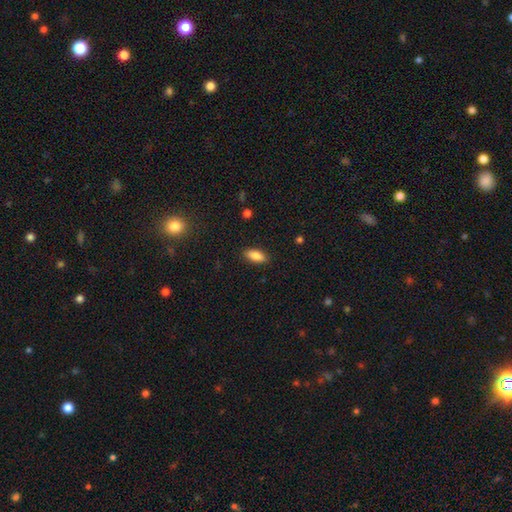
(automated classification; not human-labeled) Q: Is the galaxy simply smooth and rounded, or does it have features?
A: smooth — 85%.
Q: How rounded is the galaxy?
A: in between — 84%.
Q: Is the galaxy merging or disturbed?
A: none — 88%.